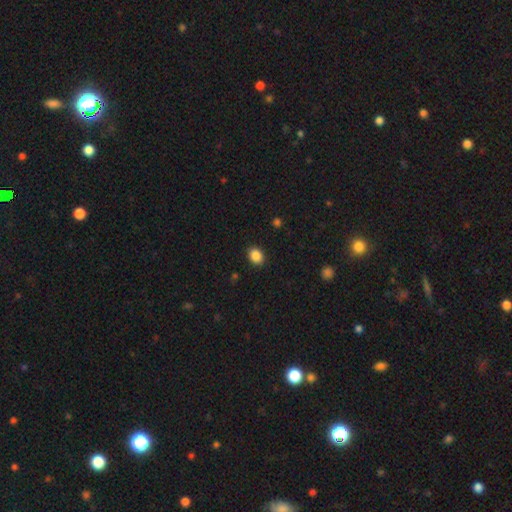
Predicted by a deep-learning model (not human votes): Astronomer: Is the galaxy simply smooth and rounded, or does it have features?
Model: smooth — 88%.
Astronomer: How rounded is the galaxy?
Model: in between — 57% (runner-up: round, 42%).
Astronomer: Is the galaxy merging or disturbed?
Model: none — 89%.